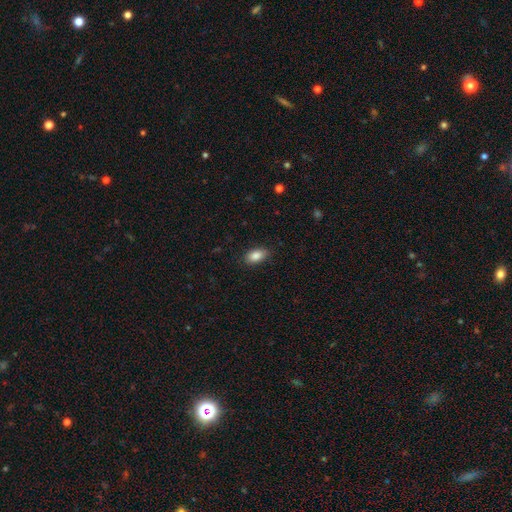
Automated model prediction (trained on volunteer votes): smooth-or-featured: smooth: 87% | star or artifact: 8% | featured or disk: 5%
  how-rounded: in between: 91% | round: 6% | cigar-shaped: 3%
  merging: none: 86% | minor disturbance: 11% | major disturbance: 2% | merger: 1%